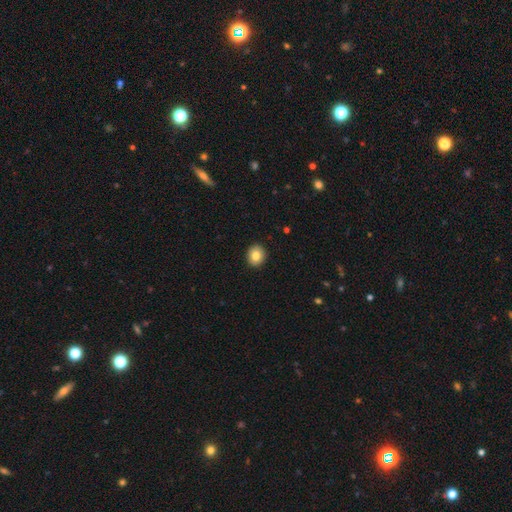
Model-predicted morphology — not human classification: Smooth or featured: smooth — 82% (featured or disk — 9%)
How rounded: round — 80% (in between — 19%)
Merging: none — 92% (minor disturbance — 5%)